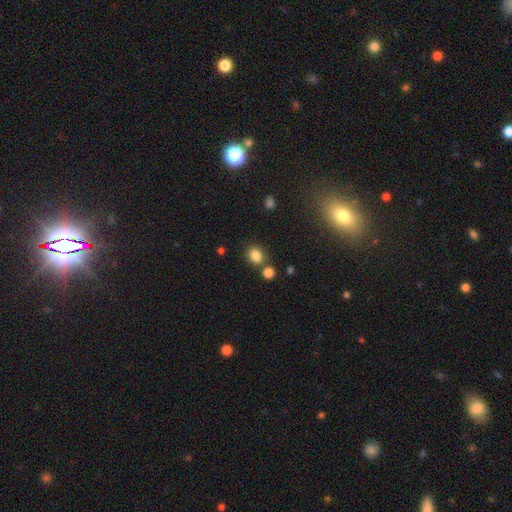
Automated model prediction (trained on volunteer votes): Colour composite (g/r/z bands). It shows a smooth galaxy with no disk features (83%) that is round (58%). Merging: none (72%).